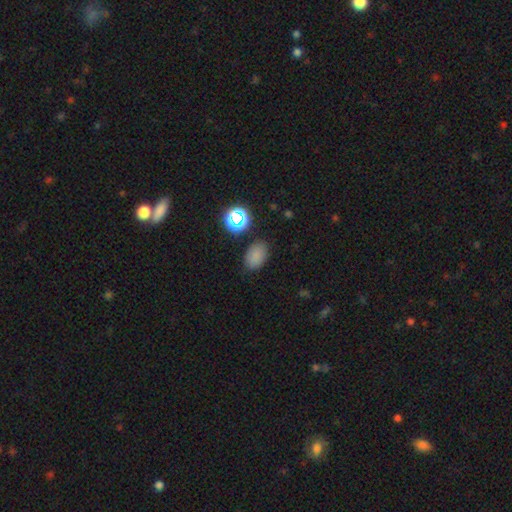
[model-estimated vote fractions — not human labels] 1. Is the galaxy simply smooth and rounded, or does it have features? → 78% smooth, 16% star or artifact, 6% featured or disk.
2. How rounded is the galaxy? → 83% in between, 16% round, 1% cigar-shaped.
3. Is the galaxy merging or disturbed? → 83% none, 12% minor disturbance, 3% major disturbance, 2% merger.